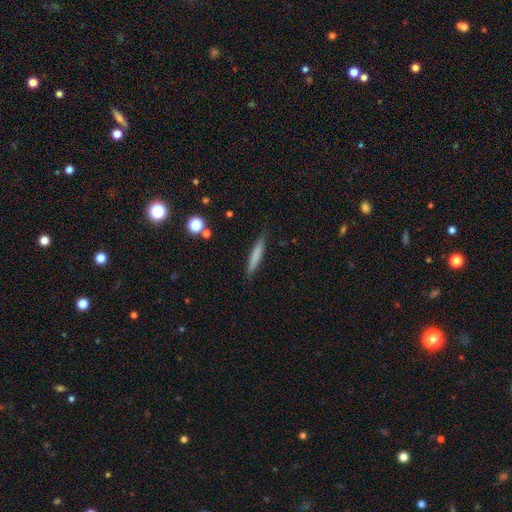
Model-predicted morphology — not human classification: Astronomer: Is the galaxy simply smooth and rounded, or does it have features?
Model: smooth — 72%.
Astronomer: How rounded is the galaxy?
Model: cigar-shaped — 94%.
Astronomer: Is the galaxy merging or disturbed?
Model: none — 88%.